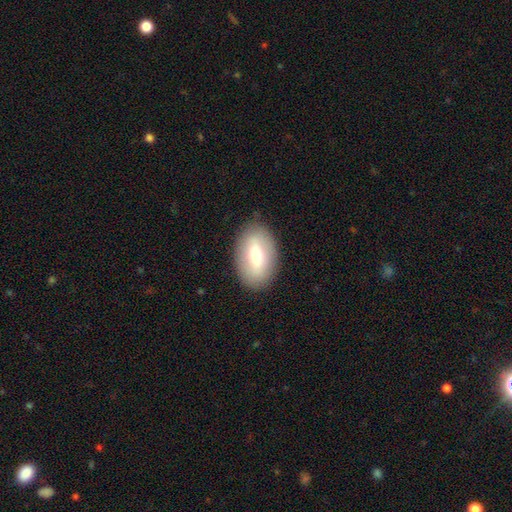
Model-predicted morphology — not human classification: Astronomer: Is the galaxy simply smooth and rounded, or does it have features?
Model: smooth — 61%.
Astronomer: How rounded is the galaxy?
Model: in between — 89%.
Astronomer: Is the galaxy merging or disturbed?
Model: none — 87%.